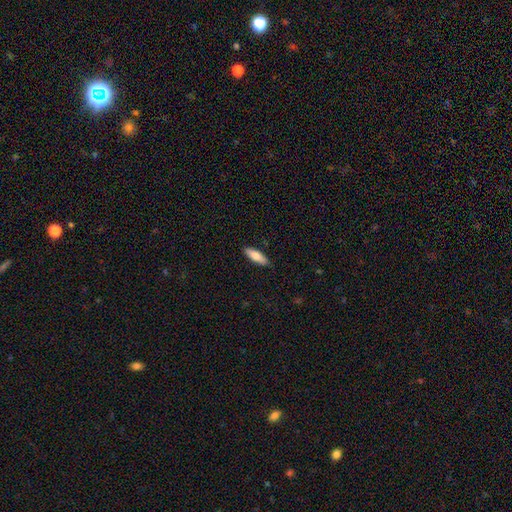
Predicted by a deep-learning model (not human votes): smooth 74%, featured or disk 21%, star or artifact 6%. Down the decision tree: how rounded — in between (54%); merging — none (88%).